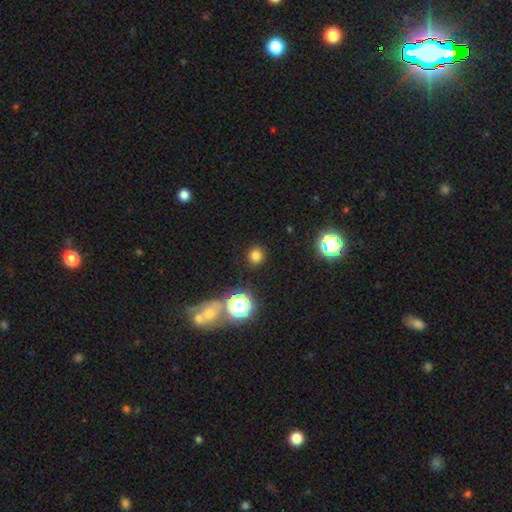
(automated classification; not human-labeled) Q: Smooth or featured?
A: smooth (77%); runner-up: star or artifact (18%)
Q: How rounded?
A: round (88%); runner-up: in between (11%)
Q: Merging?
A: none (89%); runner-up: minor disturbance (6%)